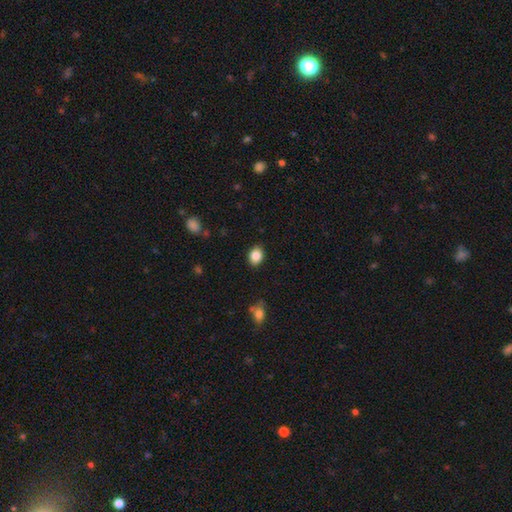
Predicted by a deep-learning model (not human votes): The model was most divided on "how rounded": in between: 57%, round: 43%, cigar-shaped: 1%. More confident: merging — none (87%); smooth or featured — smooth (86%).